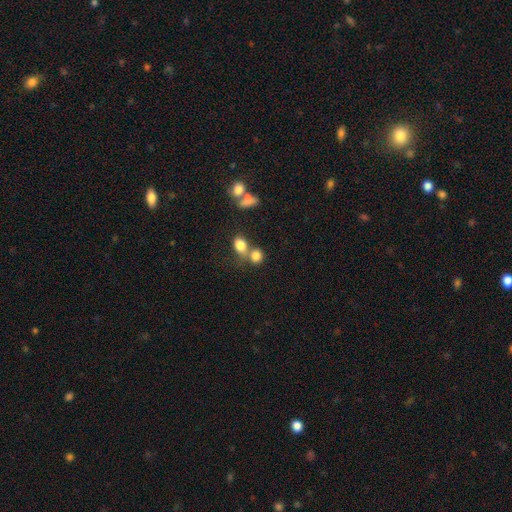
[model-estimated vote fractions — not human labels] Smooth or featured? smooth (80%)
How rounded? round (57%)
Merging? merger (49%)